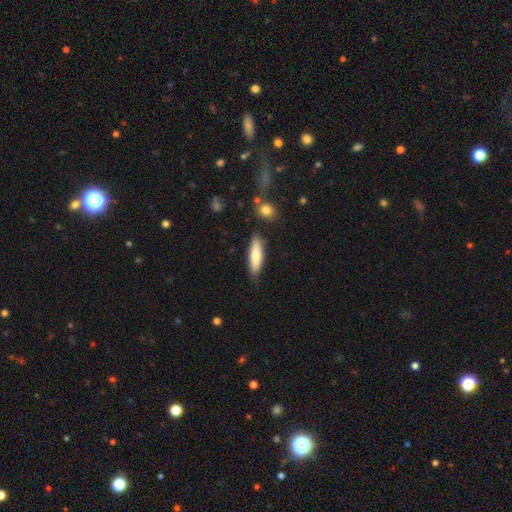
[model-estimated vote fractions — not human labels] This appears to be a smooth galaxy with no disk features (75%) that is cigar-shaped (64%). Merging: none (84%).